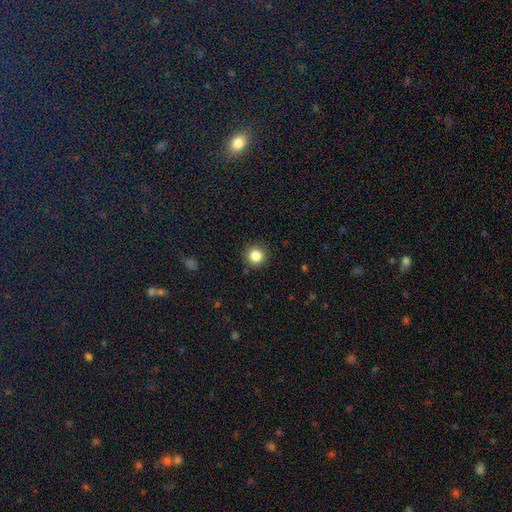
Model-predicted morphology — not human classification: Smooth or featured?
  - smooth: 84% *
  - star or artifact: 11%
  - featured or disk: 5%
How rounded?
  - round: 94% *
  - in between: 5%
  - cigar-shaped: 1%
Merging?
  - none: 91% *
  - minor disturbance: 6%
  - major disturbance: 2%
  - merger: 1%